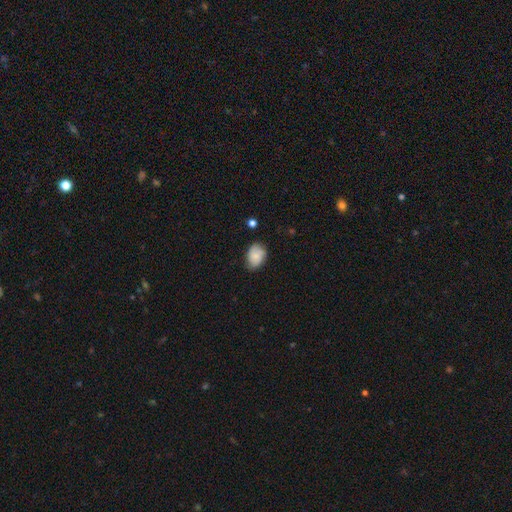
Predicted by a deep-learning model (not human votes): A smooth galaxy with no disk features (68%) that is in between round and cigar-shaped (75%). Merging: none (68%).